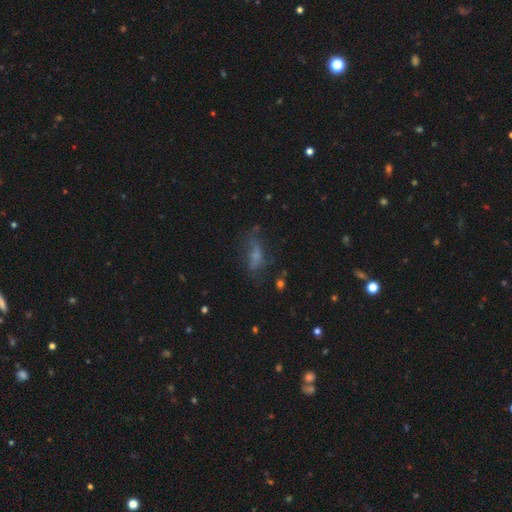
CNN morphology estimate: smooth 46%, featured or disk 35%, star or artifact 20%. Down the decision tree: merging — none (46%).